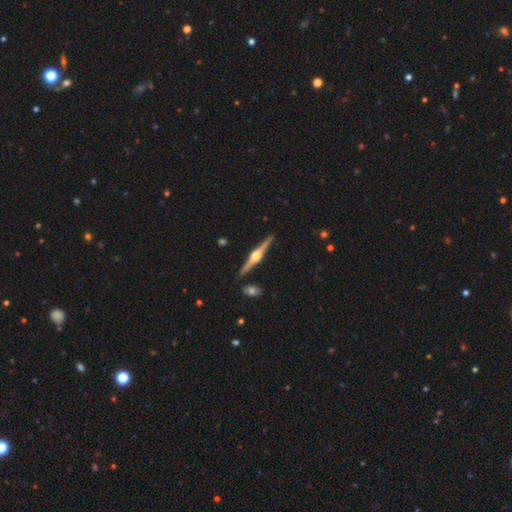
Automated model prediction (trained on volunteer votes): featured or disk 86%, smooth 9%, star or artifact 5%. Down the decision tree: edge-on disk — yes (99%); edge-on bulge — rounded (93%); merging — none (90%).